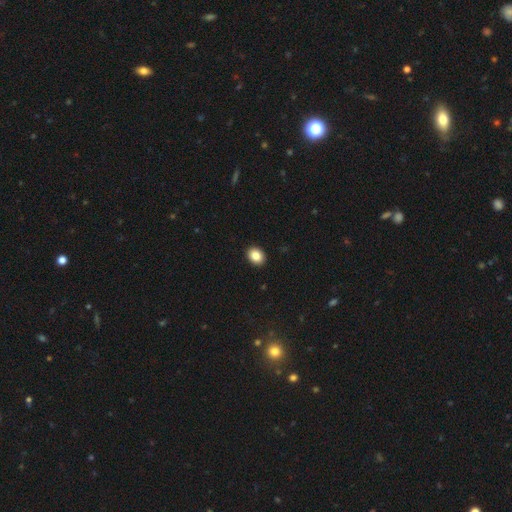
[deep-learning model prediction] Smooth or featured? smooth (87%)
How rounded? in between (61%)
Merging? none (92%)